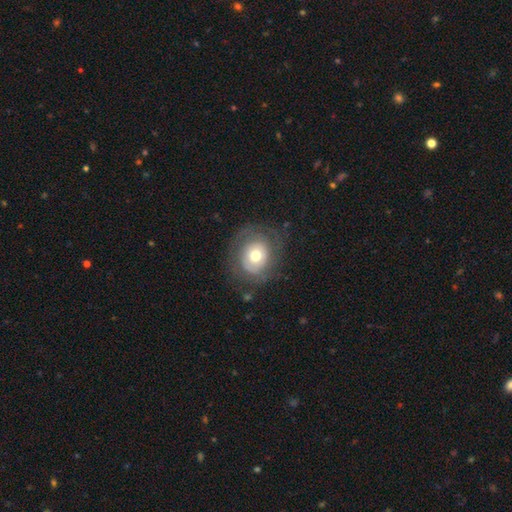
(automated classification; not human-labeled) Smooth or featured: smooth — 52% (featured or disk — 39%)
How rounded: round — 77% (in between — 22%)
Merging: none — 69% (minor disturbance — 18%)